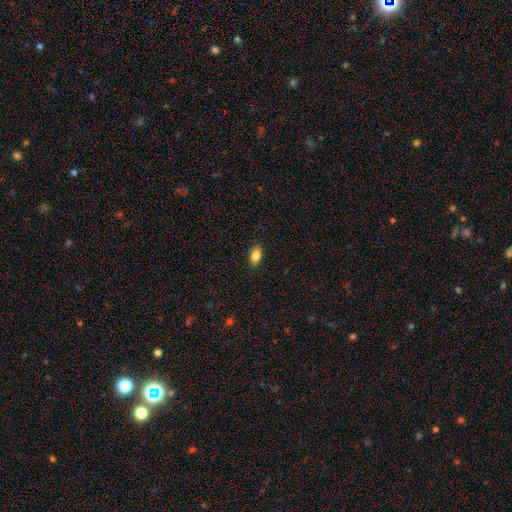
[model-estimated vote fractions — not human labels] A smooth galaxy with no disk features (85%) that is in between round and cigar-shaped (90%).

Vote fractions:
- Smooth or featured? smooth: 85% / star or artifact: 8% / featured or disk: 7%
- How rounded? in between: 90% / round: 6% / cigar-shaped: 4%
- Merging? none: 88% / minor disturbance: 9% / major disturbance: 2% / merger: 1%